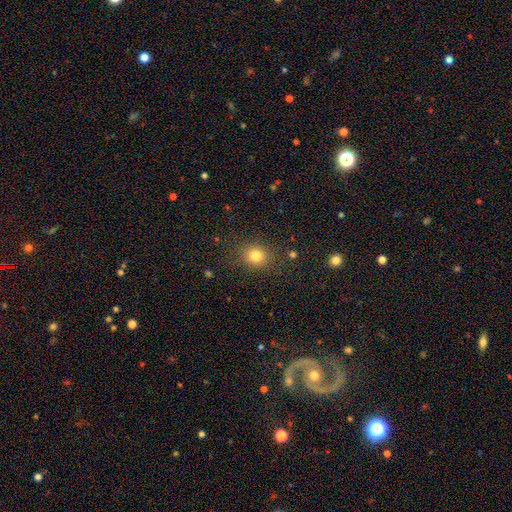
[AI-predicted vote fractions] This appears to be a smooth galaxy with no disk features (81%) that is round (76%). Merging: none (84%).